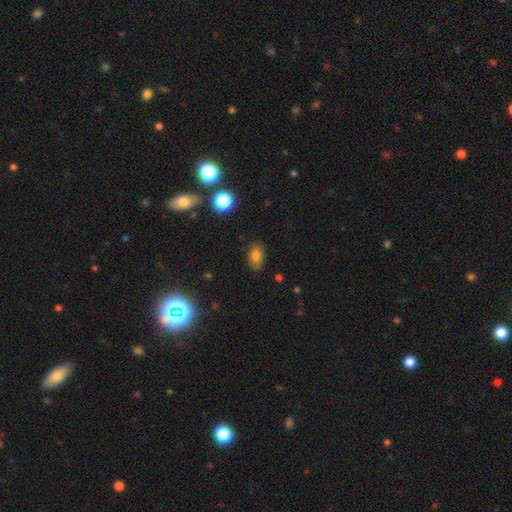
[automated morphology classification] Smooth or featured?
  - smooth: 78% *
  - star or artifact: 12%
  - featured or disk: 9%
How rounded?
  - in between: 86% *
  - round: 12%
  - cigar-shaped: 2%
Merging?
  - none: 81% *
  - minor disturbance: 14%
  - major disturbance: 3%
  - merger: 2%